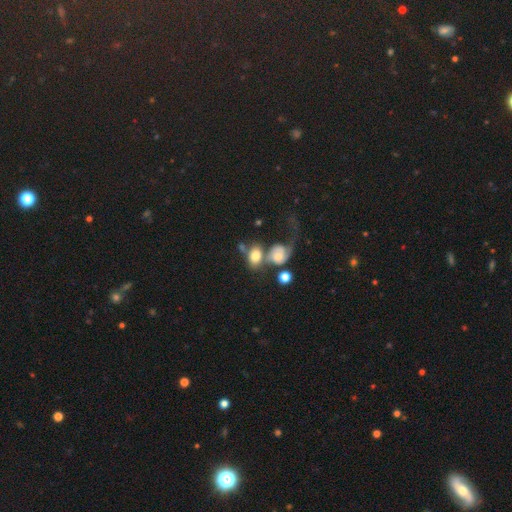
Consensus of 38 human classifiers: Q: Smooth or featured?
A: smooth (84%); runner-up: featured or disk (13%)
Q: How rounded?
A: in between (69%); runner-up: round (31%)
Q: Merging?
A: merger (59%); runner-up: none (38%)